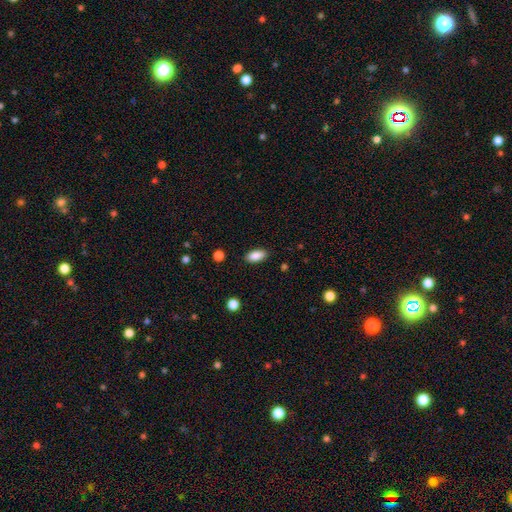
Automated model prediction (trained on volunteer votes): This appears to be a smooth galaxy with no disk features (88%) that is in between round and cigar-shaped (90%). Merging: none (87%).